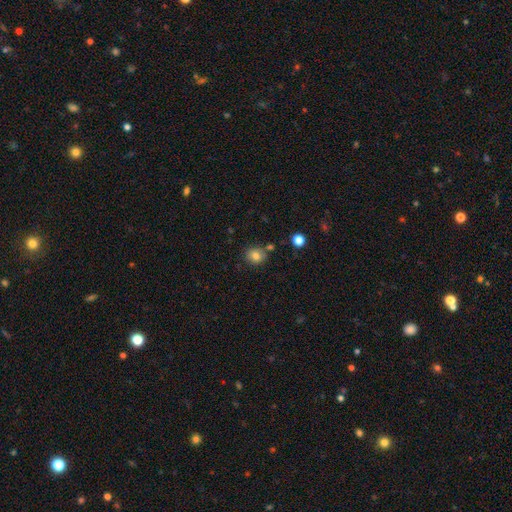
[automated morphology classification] The model was most divided on "how rounded": round: 74%, in between: 25%, cigar-shaped: 1%. More confident: smooth or featured — smooth (79%); merging — none (75%).